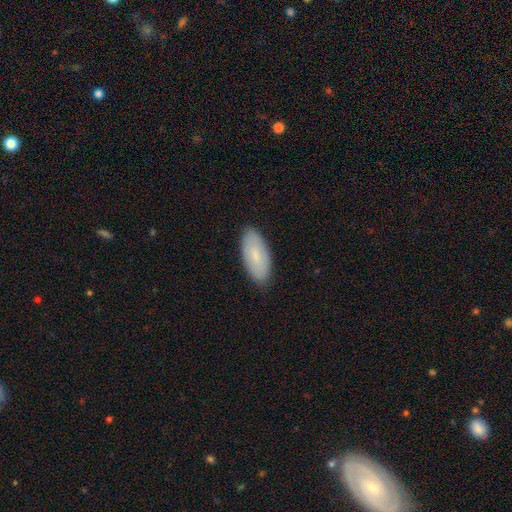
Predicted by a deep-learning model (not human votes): Morphology: type=smooth (75%); roundness=in between (88%); merging=none (87%).